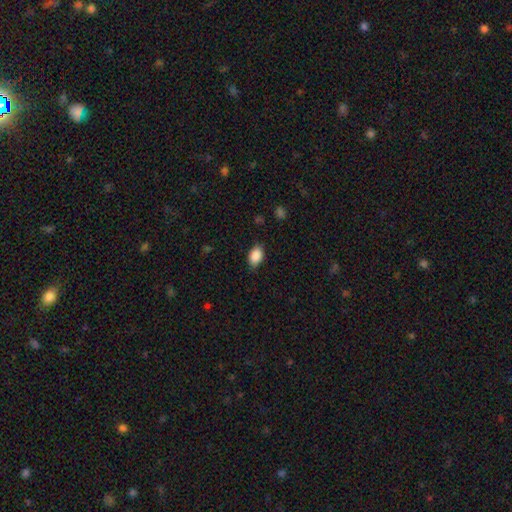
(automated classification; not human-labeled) Smooth or featured? Predicted: smooth (p=0.89). How rounded? Predicted: in between (p=0.88). Merging? Predicted: none (p=0.83).